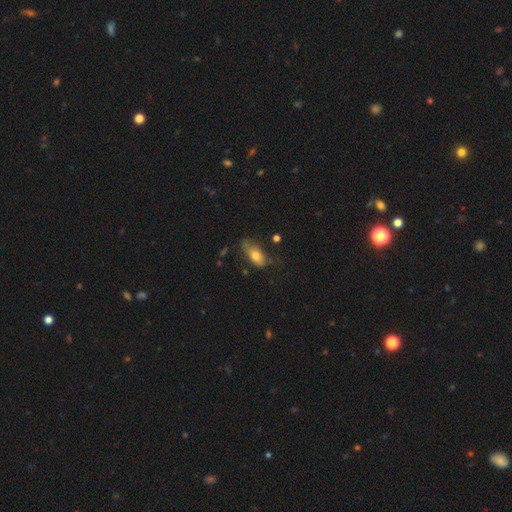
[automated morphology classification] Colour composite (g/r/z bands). It shows a smooth galaxy with no disk features (71%) that is in between round and cigar-shaped (84%). Merging: none (50%).